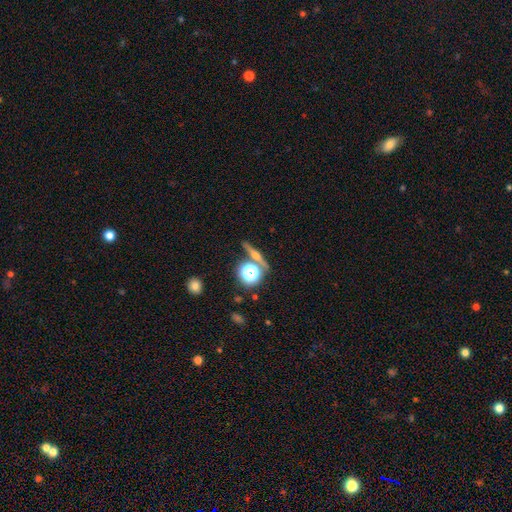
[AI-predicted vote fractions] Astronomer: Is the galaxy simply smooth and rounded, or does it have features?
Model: featured or disk — 49% (runner-up: smooth, 30%).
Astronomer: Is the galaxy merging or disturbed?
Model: none — 79%.